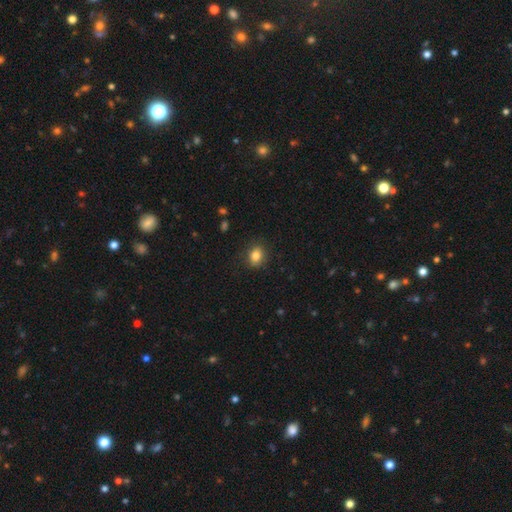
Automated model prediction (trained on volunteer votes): Smooth or featured: smooth — 83% (star or artifact — 10%)
How rounded: round — 56% (in between — 43%)
Merging: none — 86% (minor disturbance — 10%)